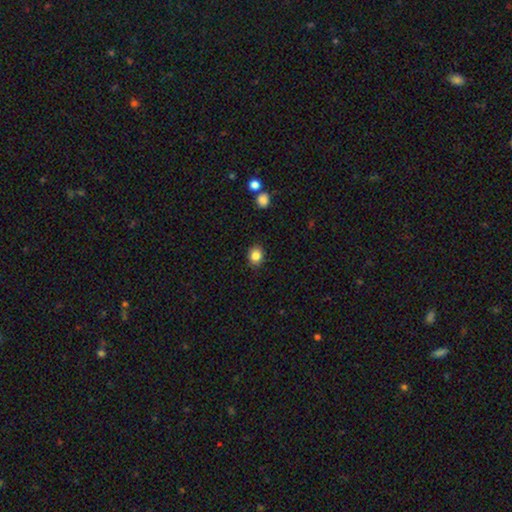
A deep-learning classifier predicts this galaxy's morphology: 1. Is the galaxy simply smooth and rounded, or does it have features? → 85% smooth, 10% star or artifact, 5% featured or disk.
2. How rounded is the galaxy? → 68% round, 31% in between, 1% cigar-shaped.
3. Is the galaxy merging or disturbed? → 88% none, 9% minor disturbance, 2% major disturbance, 1% merger.